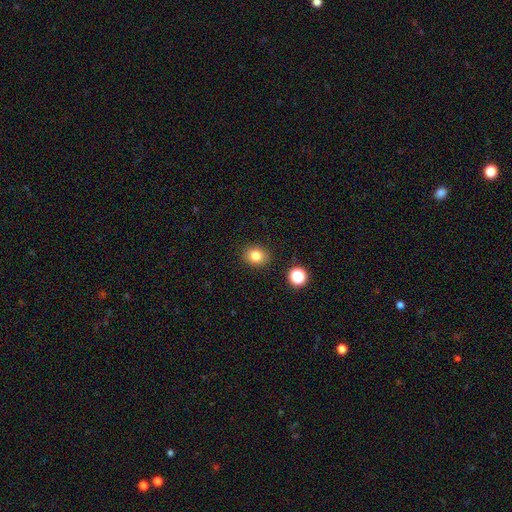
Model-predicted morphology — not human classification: Q: Smooth or featured?
A: smooth (82%); runner-up: star or artifact (12%)
Q: How rounded?
A: round (63%); runner-up: in between (36%)
Q: Merging?
A: none (88%); runner-up: minor disturbance (8%)